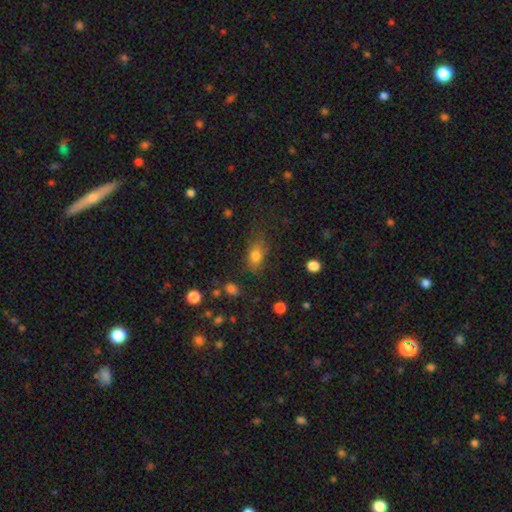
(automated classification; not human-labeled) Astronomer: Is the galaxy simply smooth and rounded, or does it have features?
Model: smooth — 76%.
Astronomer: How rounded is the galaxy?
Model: in between — 78%.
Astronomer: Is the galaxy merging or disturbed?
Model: none — 66%.